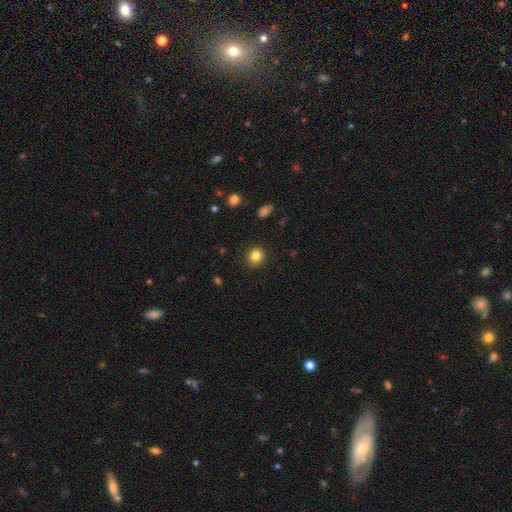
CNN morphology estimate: smooth_or_featured: smooth (p=0.84) [alt: star or artifact p=0.11]
how_rounded: round (p=0.88) [alt: in between p=0.11]
merging: none (p=0.90) [alt: minor disturbance p=0.07]